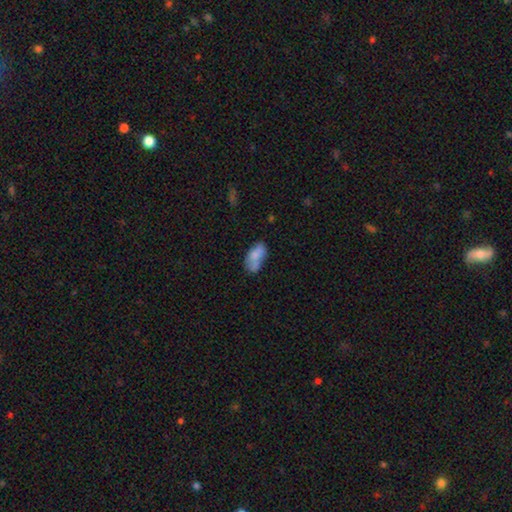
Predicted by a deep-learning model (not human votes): Overall: smooth (72%). How rounded: in between (90%). Merging: none (42%; minor disturbance 25%).